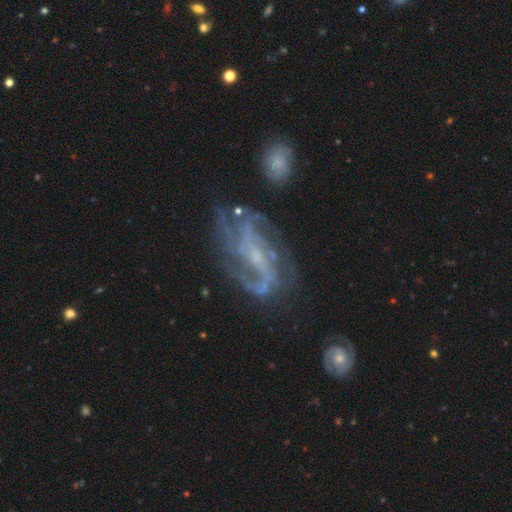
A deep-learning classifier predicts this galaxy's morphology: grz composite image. It shows a featured or disk galaxy (86%) with a weak bar (41%), 2 (33%) medium (45%) spiral arms (94%) and a small central bulge (73%). Merging: none (56%).